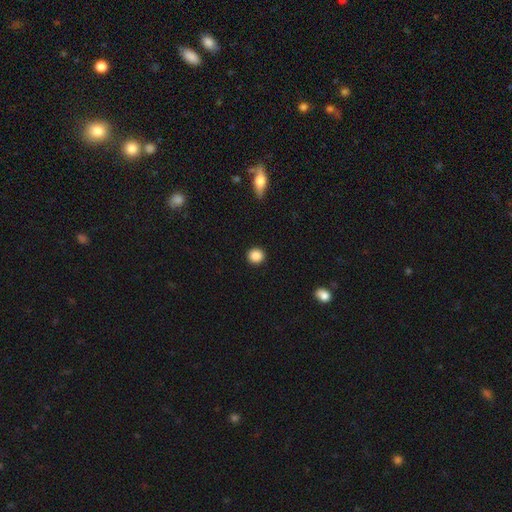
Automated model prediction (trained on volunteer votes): smooth_or_featured: smooth (p=0.88) [alt: star or artifact p=0.09]
how_rounded: round (p=0.92) [alt: in between p=0.07]
merging: none (p=0.92) [alt: minor disturbance p=0.05]